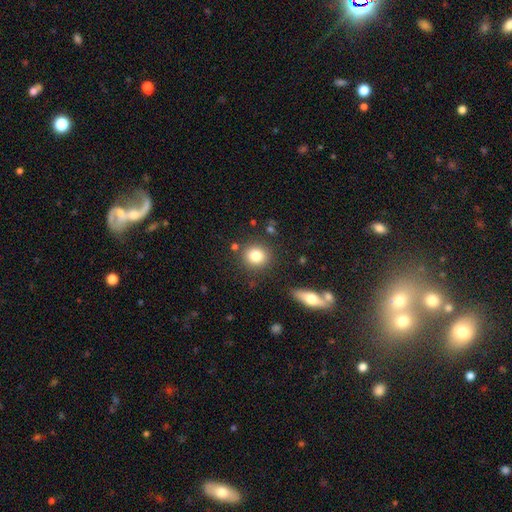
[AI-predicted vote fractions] This appears to be a smooth galaxy with no disk features (82%) that is round (83%). Merging: none (84%).